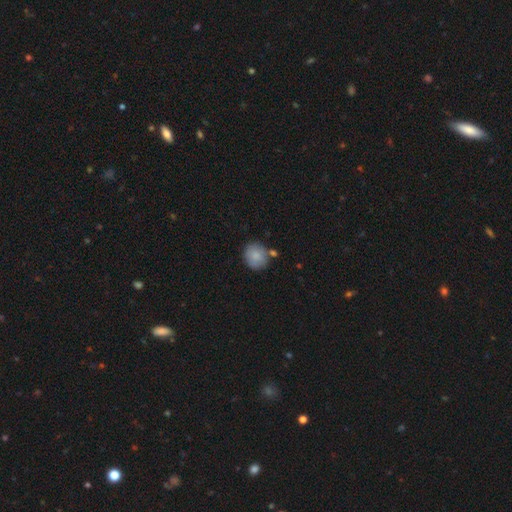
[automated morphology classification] A smooth galaxy with no disk features (84%) that is round (80%). Merging: none (69%).